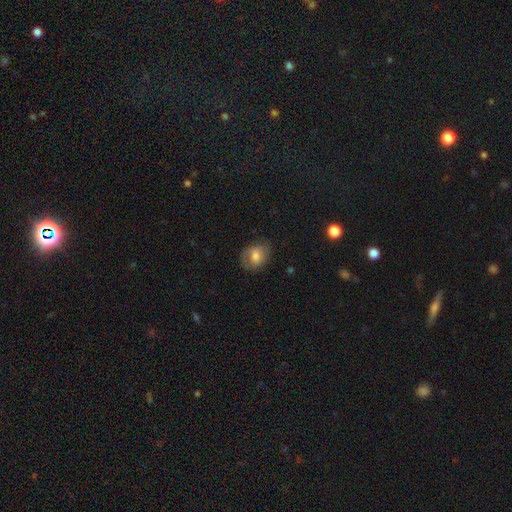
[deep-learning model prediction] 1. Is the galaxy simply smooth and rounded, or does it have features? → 68% smooth, 24% featured or disk, 8% star or artifact.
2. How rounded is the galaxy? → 56% in between, 43% round, 1% cigar-shaped.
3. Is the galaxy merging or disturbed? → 70% none, 21% minor disturbance, 8% major disturbance, 1% merger.